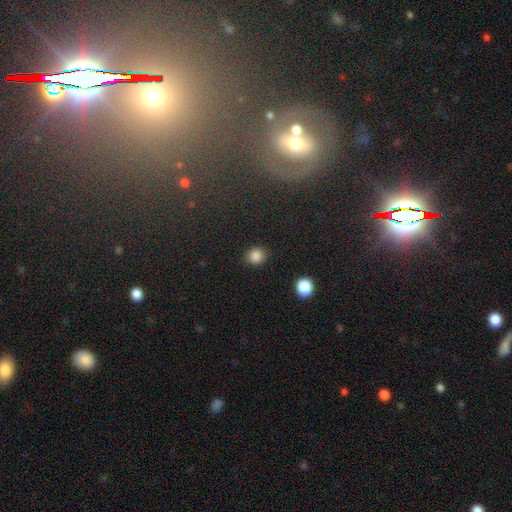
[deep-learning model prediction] Morphology: type=smooth (86%); roundness=round (81%); merging=none (87%).